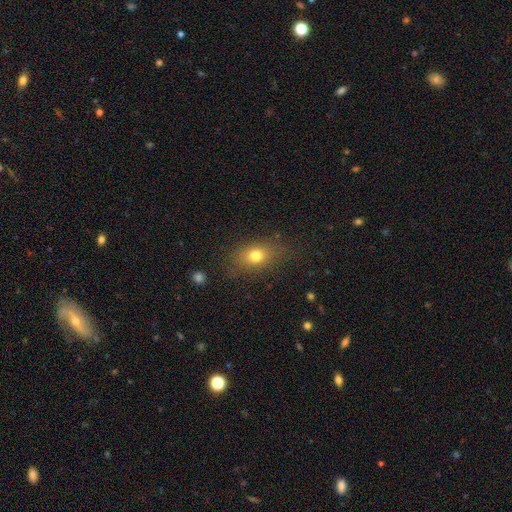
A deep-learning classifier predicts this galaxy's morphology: Smooth or featured? smooth (75%)
How rounded? in between (66%)
Merging? none (78%)